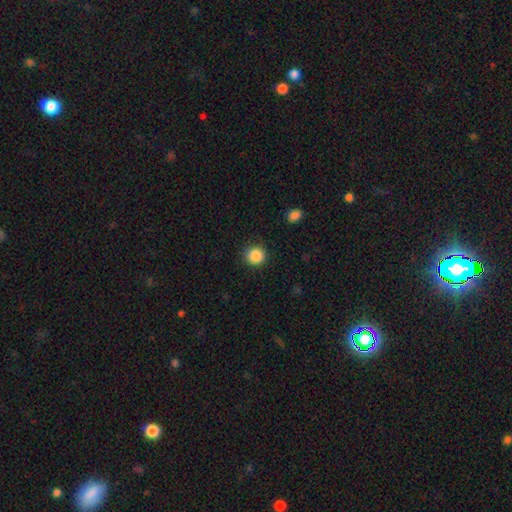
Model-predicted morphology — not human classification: smooth_or_featured: smooth (p=0.87) [alt: star or artifact p=0.10]
how_rounded: round (p=0.93) [alt: in between p=0.07]
merging: none (p=0.88) [alt: minor disturbance p=0.08]